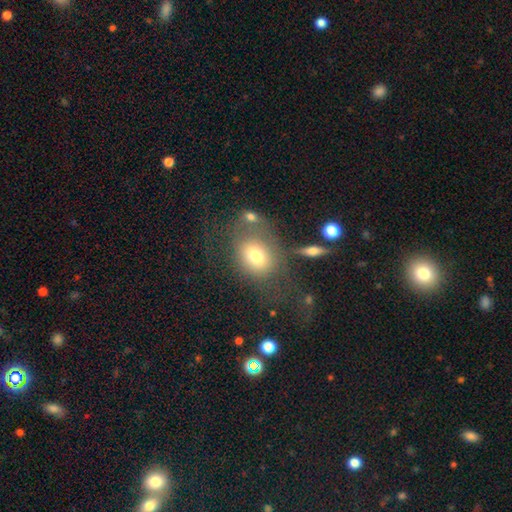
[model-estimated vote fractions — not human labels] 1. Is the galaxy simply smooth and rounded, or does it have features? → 69% smooth, 20% featured or disk, 12% star or artifact.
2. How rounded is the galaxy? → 49% in between (tied), 49% round (tied), 1% cigar-shaped.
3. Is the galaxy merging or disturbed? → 45% none, 24% major disturbance, 19% minor disturbance, 12% merger.